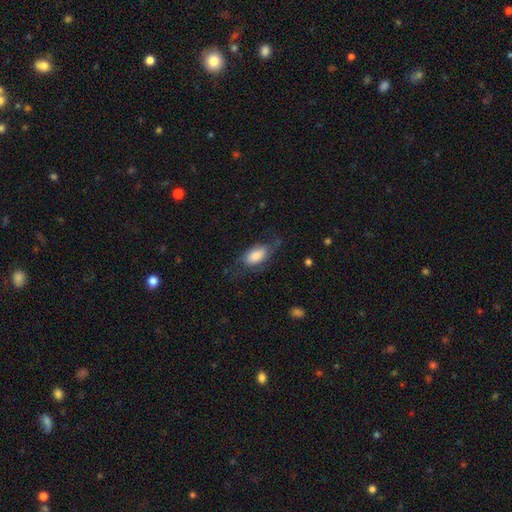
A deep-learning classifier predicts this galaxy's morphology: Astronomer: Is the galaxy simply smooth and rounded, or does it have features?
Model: smooth — 70%.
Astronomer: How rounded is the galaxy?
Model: in between — 90%.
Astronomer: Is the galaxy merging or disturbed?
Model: none — 50% (runner-up: minor disturbance, 27%).